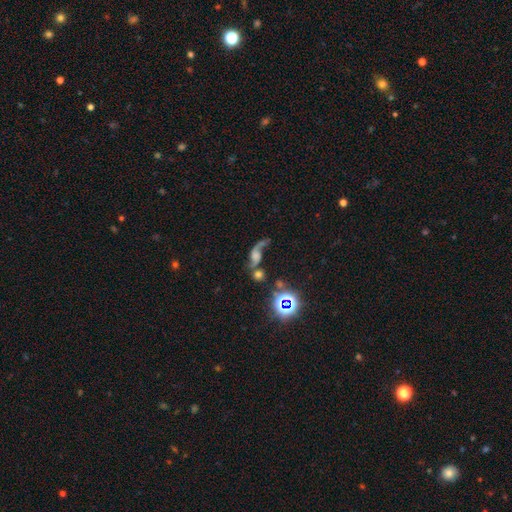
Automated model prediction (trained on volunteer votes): Smooth or featured? featured or disk (59%)
Edge-on disk? no (94%)
Bar? no (67%)
Spiral arms? yes (84%)
Bulge size? none (35%)
Merging? none (35%)